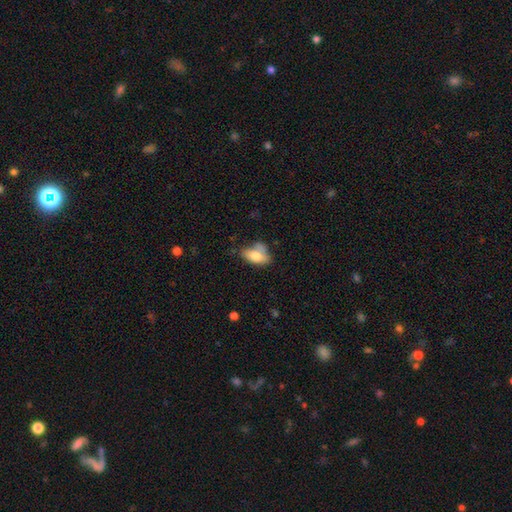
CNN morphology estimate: smooth-or-featured: smooth: 72% | featured or disk: 20% | star or artifact: 8%
  how-rounded: in between: 88% | round: 8% | cigar-shaped: 4%
  merging: none: 37% | minor disturbance: 32% | major disturbance: 16% | merger: 14%